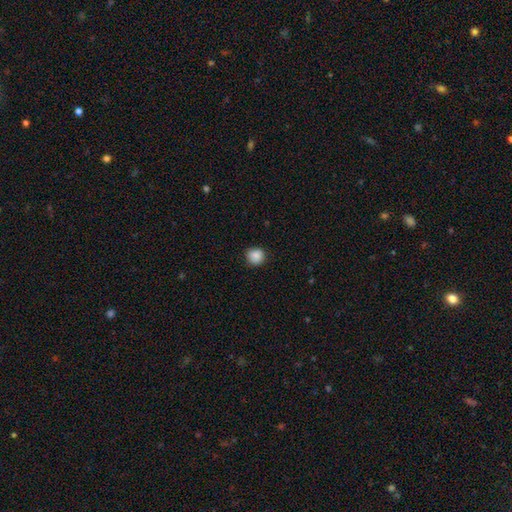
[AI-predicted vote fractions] smooth-or-featured: smooth: 87% | star or artifact: 9% | featured or disk: 4%
  how-rounded: round: 90% | in between: 9% | cigar-shaped: 1%
  merging: none: 87% | minor disturbance: 10% | major disturbance: 2% | merger: 1%